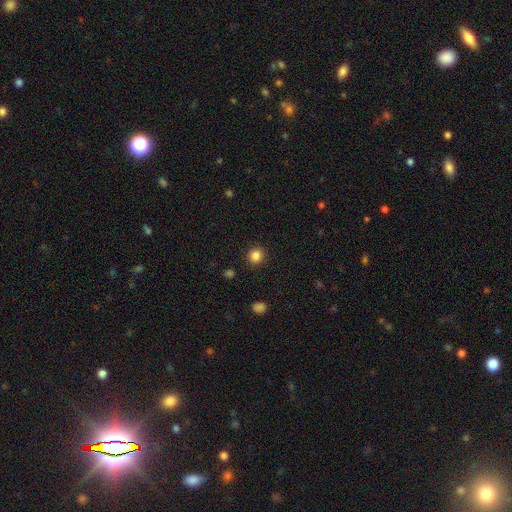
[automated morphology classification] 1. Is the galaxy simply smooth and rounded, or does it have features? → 85% smooth, 11% star or artifact, 4% featured or disk.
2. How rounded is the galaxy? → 89% round, 10% in between, 1% cigar-shaped.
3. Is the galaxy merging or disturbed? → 91% none, 5% minor disturbance, 2% major disturbance, 1% merger.